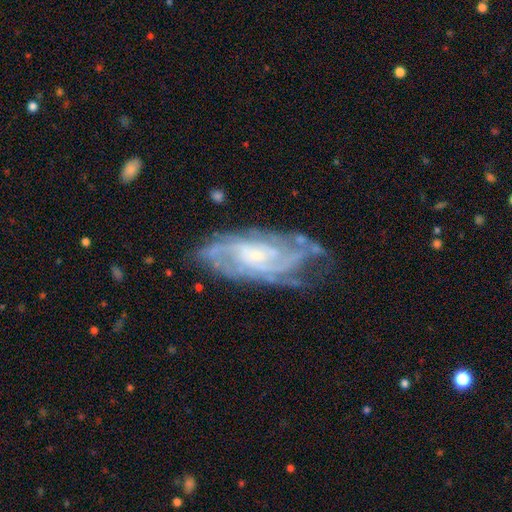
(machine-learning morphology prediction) Overall: featured or disk (86%). Edge-on disk: no (93%). Bar: no (65%; weak 28%). Spiral arms: yes (96%). Spiral arm count: can't tell (31%; 4 21%). Spiral winding: tight (59%; medium 34%). Bulge size: small (74%). Merging: none (66%).